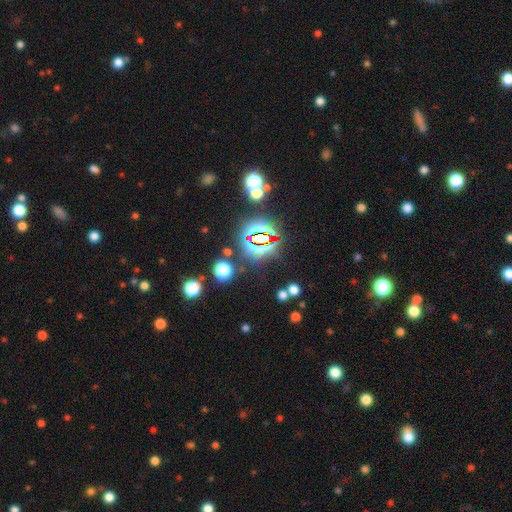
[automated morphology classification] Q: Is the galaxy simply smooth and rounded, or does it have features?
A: star or artifact — 79%.